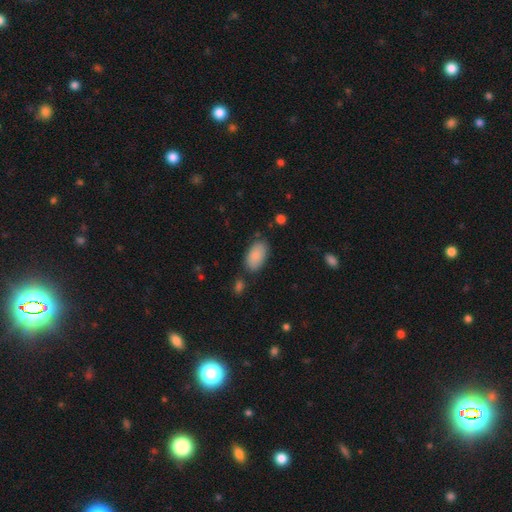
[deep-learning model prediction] The model was most divided on "merging": none: 77%, minor disturbance: 15%, merger: 4%, major disturbance: 4%. More confident: how rounded — in between (95%); smooth or featured — smooth (88%).